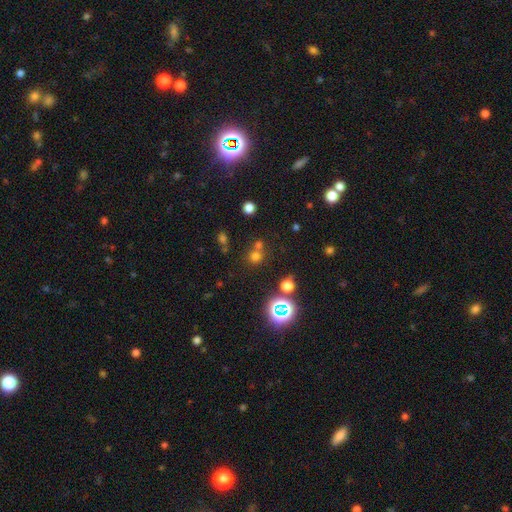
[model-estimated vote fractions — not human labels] smooth 61%, star or artifact 30%, featured or disk 9%. Down the decision tree: how rounded — round (88%); merging — none (60%).